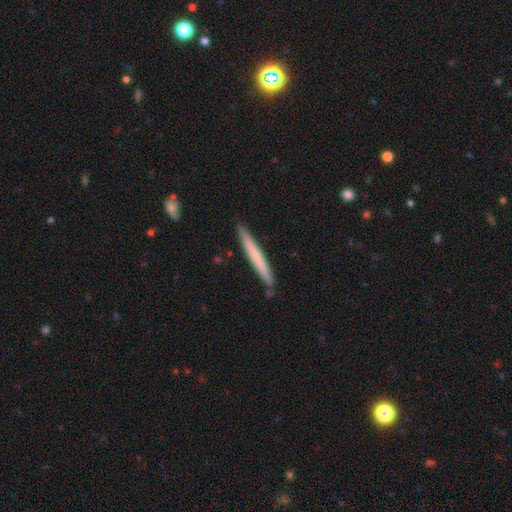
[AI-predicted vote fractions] Smooth or featured?
  - smooth: 61% *
  - featured or disk: 34%
  - star or artifact: 5%
How rounded?
  - cigar-shaped: 97% *
  - in between: 2%
  - round: 1%
Merging?
  - none: 88% *
  - minor disturbance: 9%
  - merger: 2%
  - major disturbance: 1%